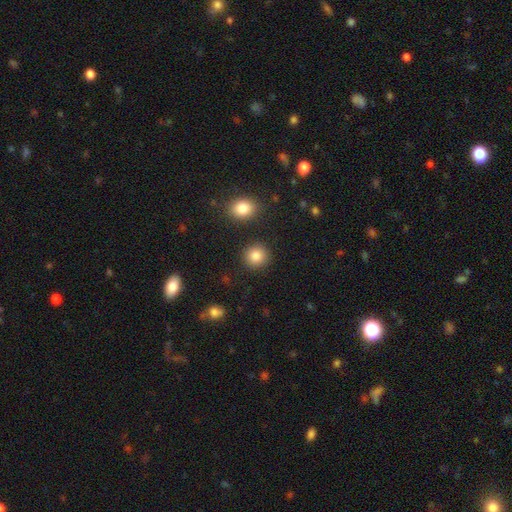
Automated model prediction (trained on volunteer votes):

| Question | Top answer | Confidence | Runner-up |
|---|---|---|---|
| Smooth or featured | smooth | 86% | star or artifact (9%) |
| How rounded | round | 90% | in between (9%) |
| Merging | none | 89% | minor disturbance (6%) |